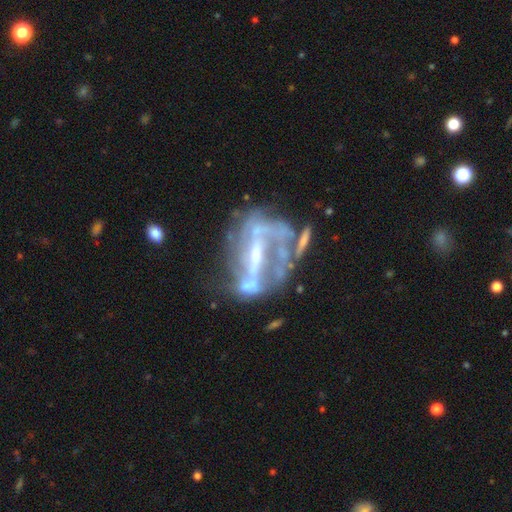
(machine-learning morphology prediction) Smooth or featured? featured or disk (81%)
Edge-on disk? no (95%)
Bar? strong (52%)
Spiral arms? yes (63%)
Bulge size? small (46%)
Merging? none (36%)